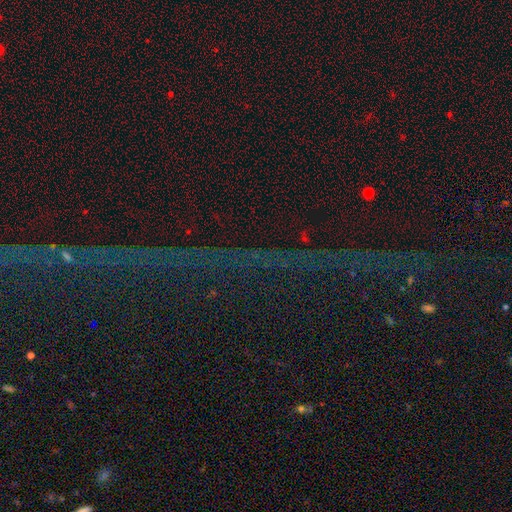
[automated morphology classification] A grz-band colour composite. It shows a star or artifact, not a galaxy (82%).